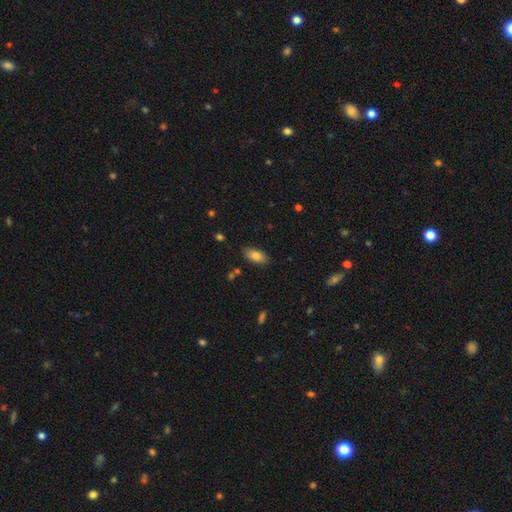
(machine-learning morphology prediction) The model was most divided on "smooth or featured": smooth: 82%, featured or disk: 10%, star or artifact: 8%. More confident: how rounded — in between (90%); merging — none (85%).